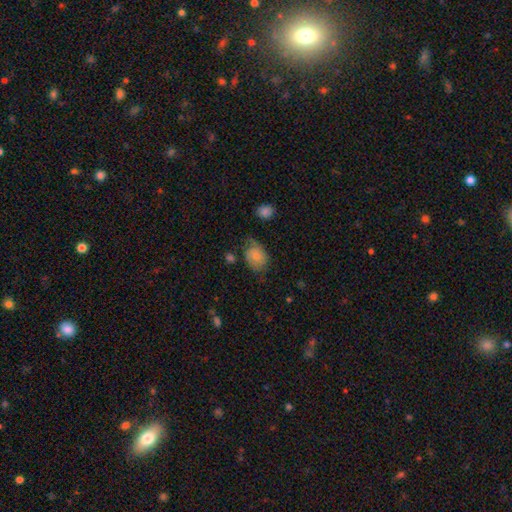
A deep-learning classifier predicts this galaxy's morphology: smooth-or-featured: smooth: 70% | featured or disk: 22% | star or artifact: 8%
  how-rounded: in between: 67% | round: 32% | cigar-shaped: 1%
  merging: none: 46% | minor disturbance: 35% | major disturbance: 16% | merger: 3%